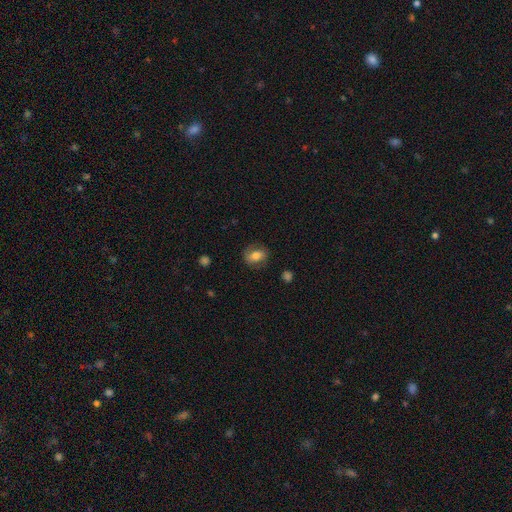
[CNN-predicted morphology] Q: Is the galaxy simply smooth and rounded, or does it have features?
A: smooth — 62%.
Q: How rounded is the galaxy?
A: in between — 55%.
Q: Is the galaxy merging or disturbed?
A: none — 75%.